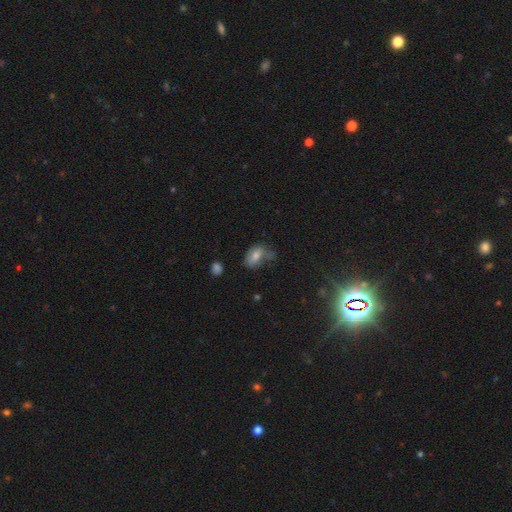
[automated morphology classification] The model was most divided on "merging": none: 39%, minor disturbance: 32%, major disturbance: 19%, merger: 11%. More confident: how rounded — in between (85%); smooth or featured — smooth (67%).